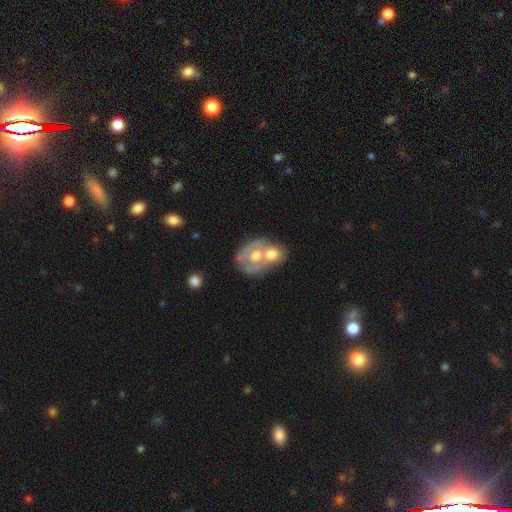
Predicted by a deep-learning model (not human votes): smooth-or-featured: featured or disk: 55% | smooth: 38% | star or artifact: 7%
  disk-edge-on: no: 96% | yes: 4%
    bar: no: 89% | weak: 9% | strong: 3%
    has-spiral-arms: no: 80% | yes: 20%
    bulge-size: moderate: 68% | large: 19% | small: 7% | none: 3% | dominant: 2%
  merging: merger: 63% | none: 22% | minor disturbance: 9% | major disturbance: 6%